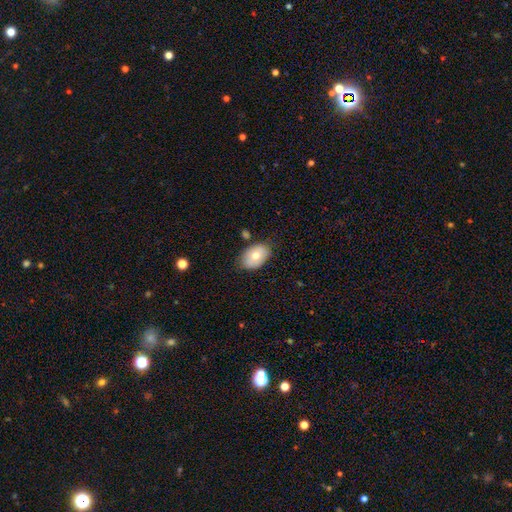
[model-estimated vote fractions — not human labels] The model was most divided on "smooth or featured": smooth: 71%, featured or disk: 22%, star or artifact: 7%. More confident: how rounded — in between (86%); merging — none (78%).